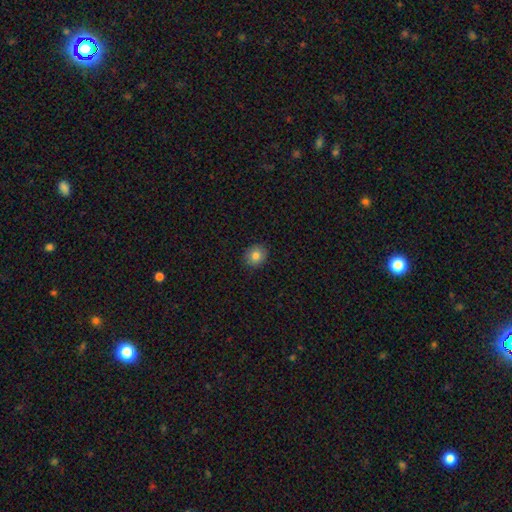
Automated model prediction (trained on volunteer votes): The model was most divided on "how rounded": round: 75%, in between: 24%, cigar-shaped: 1%. More confident: merging — none (89%); smooth or featured — smooth (82%).